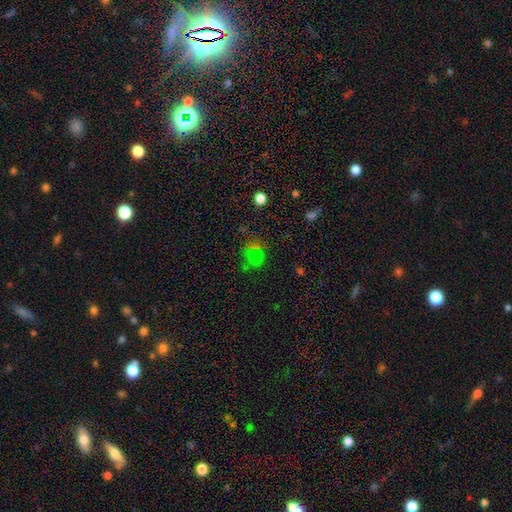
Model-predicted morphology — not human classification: The model was most divided on "smooth or featured": smooth: 60%, star or artifact: 34%, featured or disk: 7%. More confident: how rounded — round (75%); merging — none (69%).